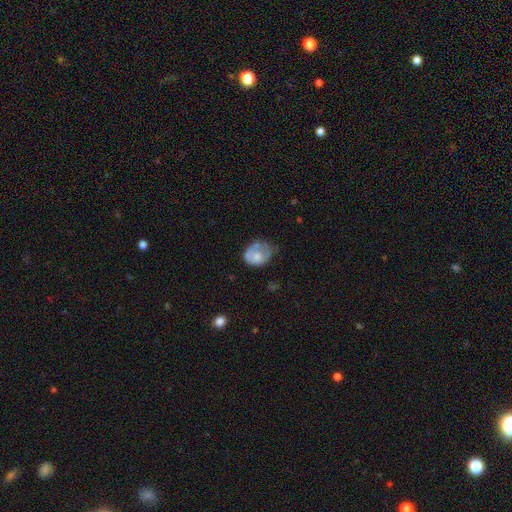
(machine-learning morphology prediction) smooth-or-featured: smooth: 57% | featured or disk: 36% | star or artifact: 7%
  how-rounded: in between: 54% | round: 45% | cigar-shaped: 1%
  merging: minor disturbance: 36% | none: 32% | major disturbance: 27% | merger: 5%